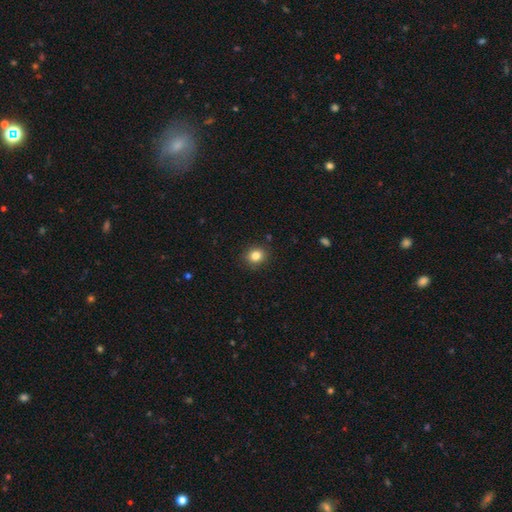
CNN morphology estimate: Smooth or featured?
  - smooth: 83% *
  - star or artifact: 11%
  - featured or disk: 6%
How rounded?
  - round: 77% *
  - in between: 22%
  - cigar-shaped: 1%
Merging?
  - none: 90% *
  - minor disturbance: 7%
  - major disturbance: 2%
  - merger: 1%